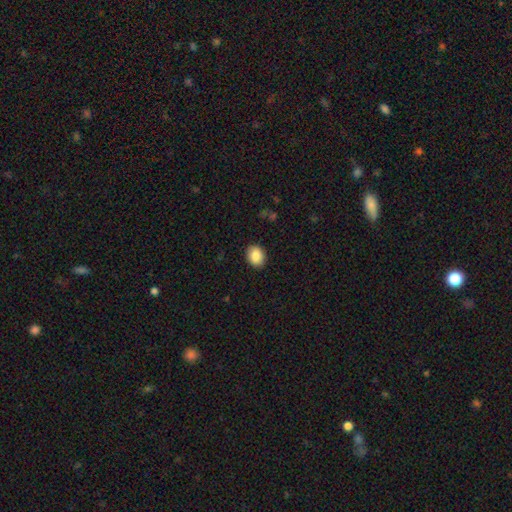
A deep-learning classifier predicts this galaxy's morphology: The model was most divided on "how rounded": in between: 53%, round: 46%, cigar-shaped: 1%. More confident: merging — none (90%); smooth or featured — smooth (87%).